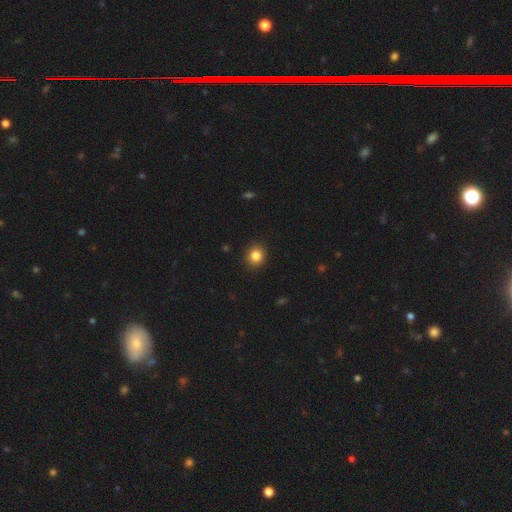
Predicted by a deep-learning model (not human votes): This appears to be a smooth galaxy with no disk features (85%) that is round (82%). Merging: none (90%).